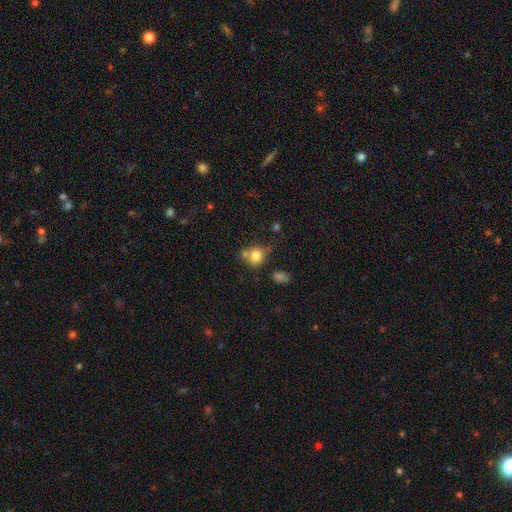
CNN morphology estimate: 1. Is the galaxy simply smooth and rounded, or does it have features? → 79% smooth, 11% star or artifact, 10% featured or disk.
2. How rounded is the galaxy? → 77% round, 22% in between, 1% cigar-shaped.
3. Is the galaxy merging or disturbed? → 52% none, 24% merger, 17% minor disturbance, 6% major disturbance.